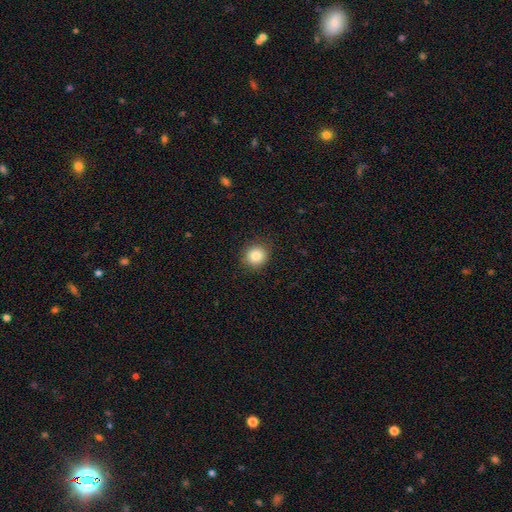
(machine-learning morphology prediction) Smooth or featured: smooth — 84% (star or artifact — 10%)
How rounded: round — 87% (in between — 13%)
Merging: none — 89% (minor disturbance — 8%)